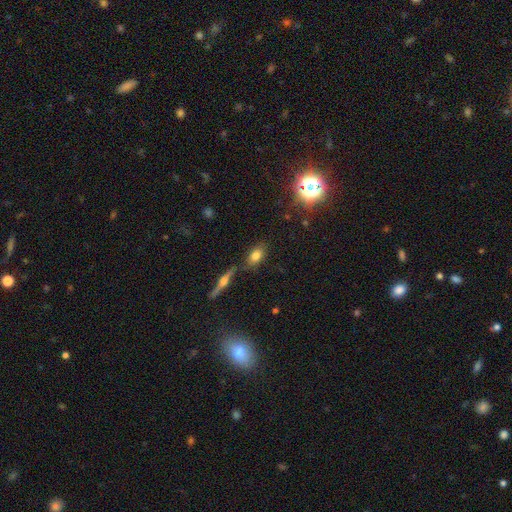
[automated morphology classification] This is likely a smooth galaxy (72%). How rounded: clearly in between (83%). Merging: likely none (75%).